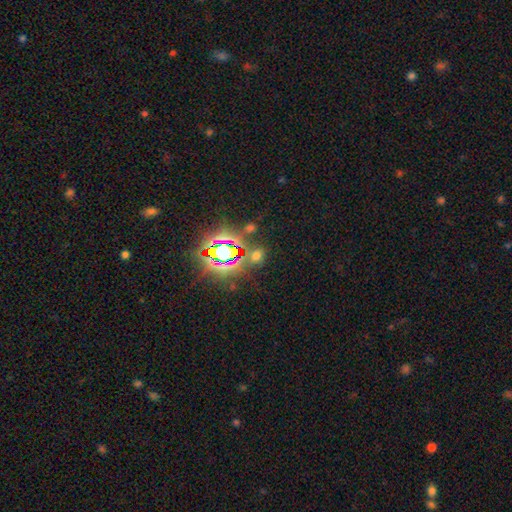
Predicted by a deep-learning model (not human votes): This appears to be a star or artifact, not a galaxy (47%).